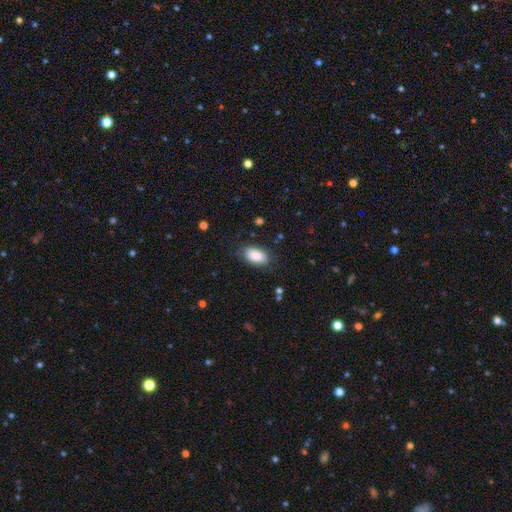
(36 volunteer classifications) This is clearly a smooth galaxy (92%). How rounded: clearly in between (94%). Merging: clearly none (88%).